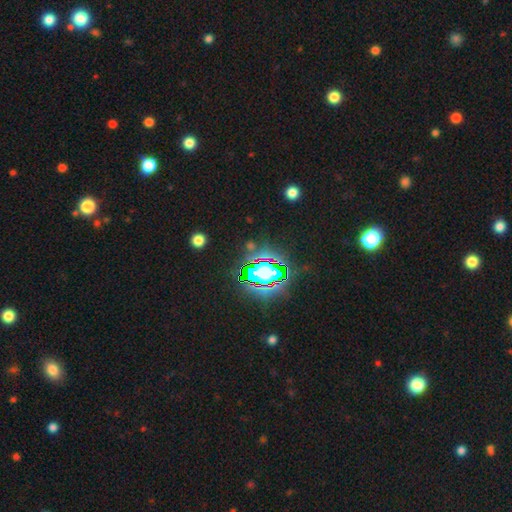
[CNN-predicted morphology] smooth-or-featured: star or artifact: 83% | smooth: 10% | featured or disk: 7%